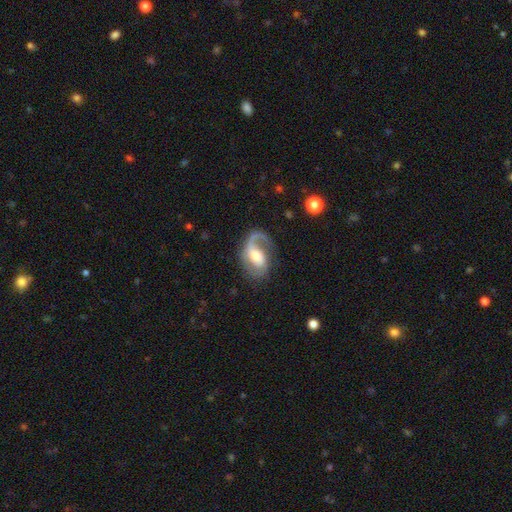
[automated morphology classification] The model was most divided on "spiral winding": loose: 46%, medium: 40%, tight: 14%. Remaining: edge-on disk — no (97%); spiral arms — yes (93%); smooth or featured — featured or disk (81%); bulge size — moderate (60%); merging — none (56%); spiral arm count — 1 (51%); bar — weak (45%).